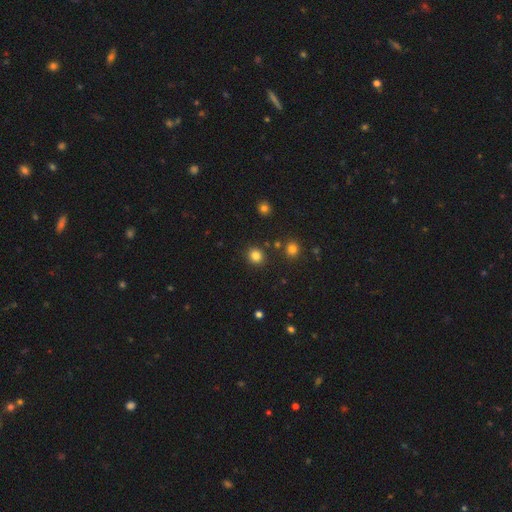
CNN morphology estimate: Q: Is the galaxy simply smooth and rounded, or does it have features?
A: smooth — 83%.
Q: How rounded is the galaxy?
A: round — 83%.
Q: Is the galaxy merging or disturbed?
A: none — 89%.